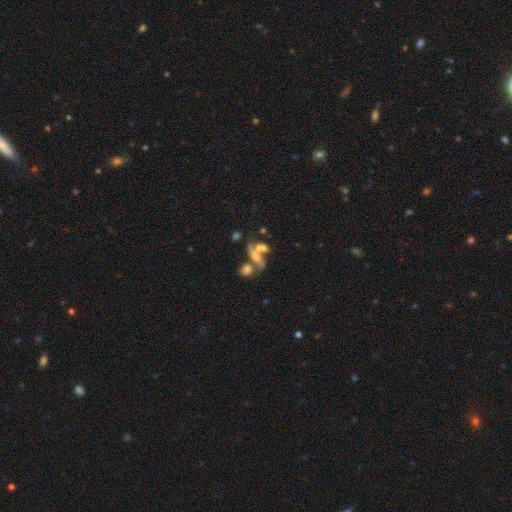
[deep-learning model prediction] This is possibly a featured or disk galaxy (47%). Merging: possibly merger (50%).